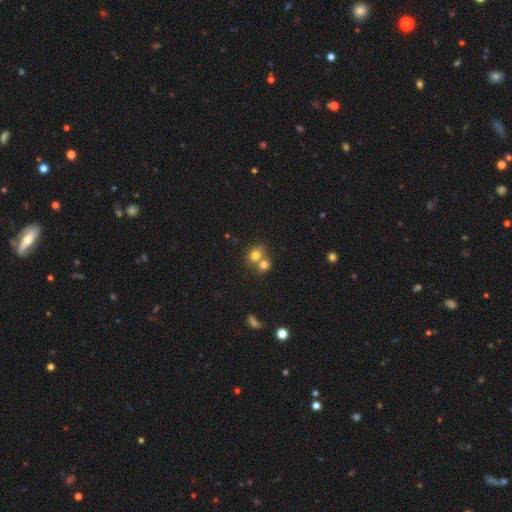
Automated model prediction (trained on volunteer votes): smooth-or-featured: smooth: 75% | featured or disk: 13% | star or artifact: 12%
  how-rounded: round: 73% | in between: 26% | cigar-shaped: 1%
  merging: merger: 56% | none: 35% | minor disturbance: 7% | major disturbance: 3%